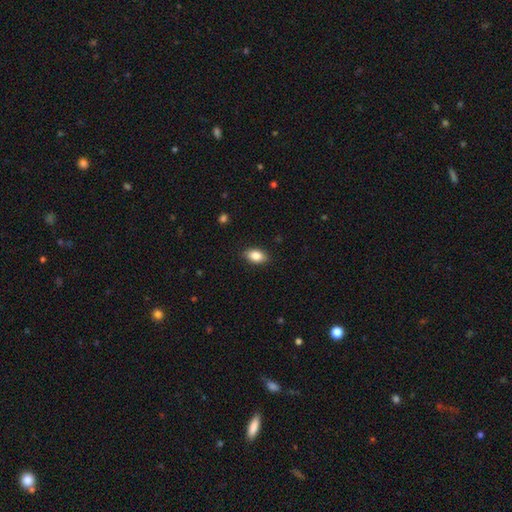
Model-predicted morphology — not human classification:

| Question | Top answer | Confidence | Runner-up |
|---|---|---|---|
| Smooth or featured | smooth | 85% | star or artifact (8%) |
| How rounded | in between | 90% | round (8%) |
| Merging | none | 88% | minor disturbance (9%) |